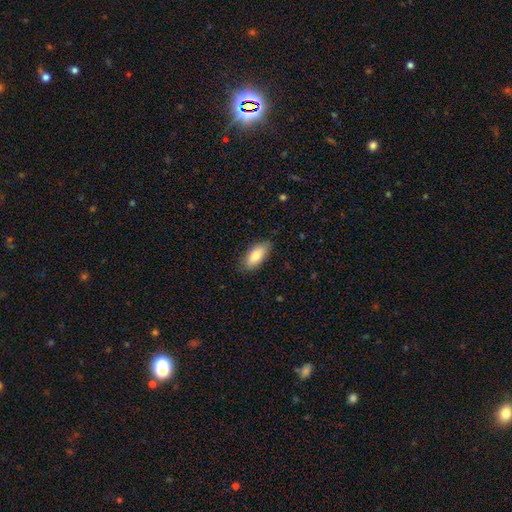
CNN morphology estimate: Overall: smooth (78%). How rounded: in between (86%). Merging: none (83%).